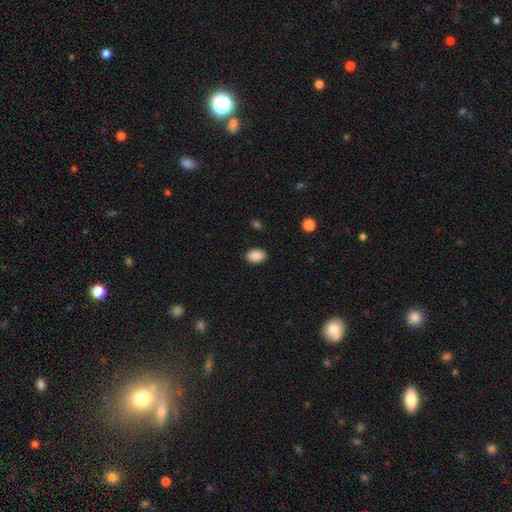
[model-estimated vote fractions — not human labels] The model was most divided on "how rounded": in between: 82%, round: 17%, cigar-shaped: 1%. More confident: smooth or featured — smooth (90%); merging — none (88%).